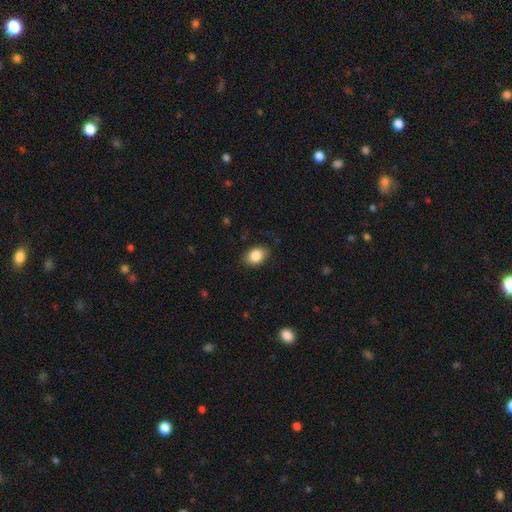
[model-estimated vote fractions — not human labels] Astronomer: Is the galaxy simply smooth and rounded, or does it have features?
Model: smooth — 85%.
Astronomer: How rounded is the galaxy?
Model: in between — 79%.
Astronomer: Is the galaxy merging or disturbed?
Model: none — 81%.